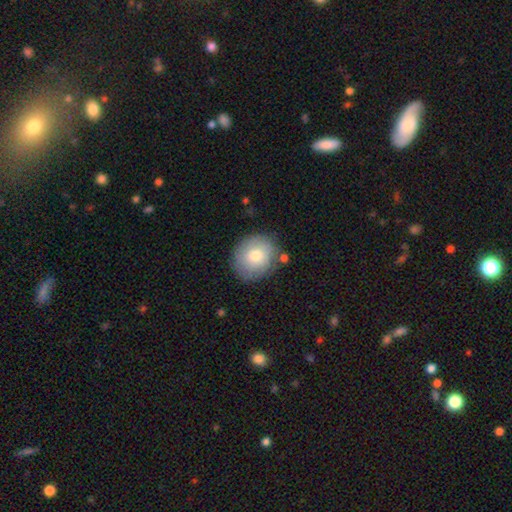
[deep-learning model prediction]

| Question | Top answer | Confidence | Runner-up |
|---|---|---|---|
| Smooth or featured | smooth | 74% | featured or disk (18%) |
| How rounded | round | 78% | in between (21%) |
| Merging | none | 78% | minor disturbance (14%) |